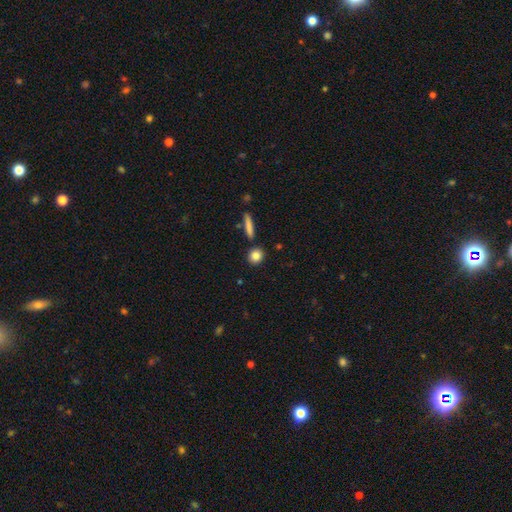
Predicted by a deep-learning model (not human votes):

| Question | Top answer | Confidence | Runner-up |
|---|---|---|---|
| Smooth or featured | smooth | 84% | star or artifact (9%) |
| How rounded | round | 80% | in between (16%) |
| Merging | none | 86% | minor disturbance (7%) |